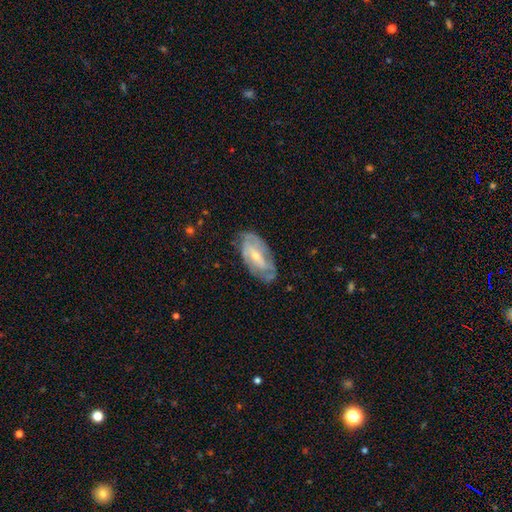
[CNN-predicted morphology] Smooth or featured? featured or disk (71%)
Edge-on disk? no (91%)
Bar? weak (40%)
Spiral arms? yes (75%)
Bulge size? small (59%)
Merging? none (67%)